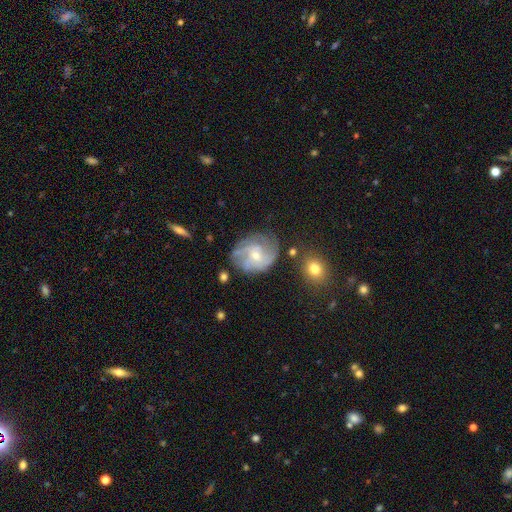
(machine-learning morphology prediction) smooth_or_featured: featured or disk (p=0.76) [alt: smooth p=0.16]
disk_edge_on: no (p=0.98) [alt: yes p=0.02]
bar: no (p=0.66) [alt: weak p=0.30]
has_spiral_arms: yes (p=0.90) [alt: no p=0.10]
spiral_winding: tight (p=0.41) [tied with: medium p=0.41]
spiral_arm_count: can't tell (p=0.33) [alt: 3 p=0.22]
bulge_size: small (p=0.58) [alt: moderate p=0.37]
merging: none (p=0.64) [alt: minor disturbance p=0.20]